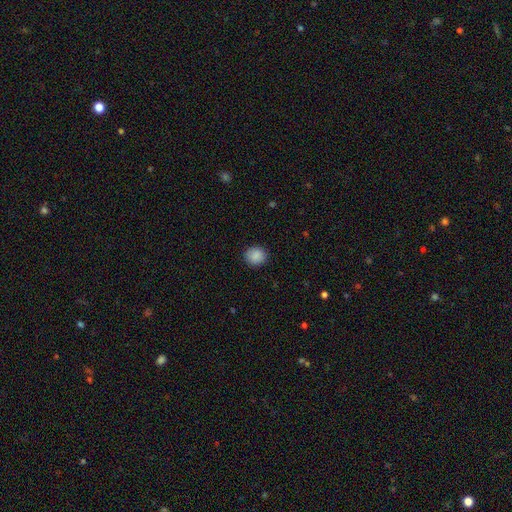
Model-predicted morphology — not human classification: smooth_or_featured: smooth (p=0.89) [alt: star or artifact p=0.08]
how_rounded: round (p=0.79) [alt: in between p=0.20]
merging: none (p=0.90) [alt: minor disturbance p=0.07]